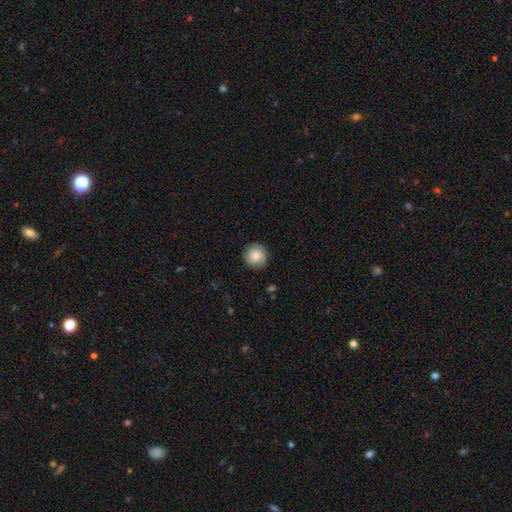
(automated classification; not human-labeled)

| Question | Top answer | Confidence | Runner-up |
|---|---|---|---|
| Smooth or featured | smooth | 77% | featured or disk (16%) |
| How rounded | round | 94% | in between (5%) |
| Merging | none | 86% | minor disturbance (10%) |